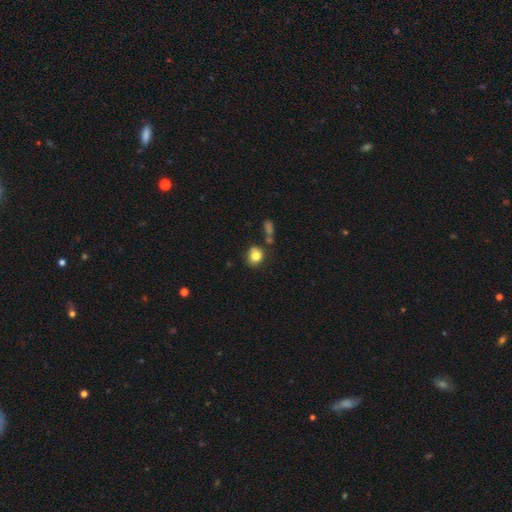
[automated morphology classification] Overall: smooth (82%). How rounded: round (72%). Merging: none (69%).